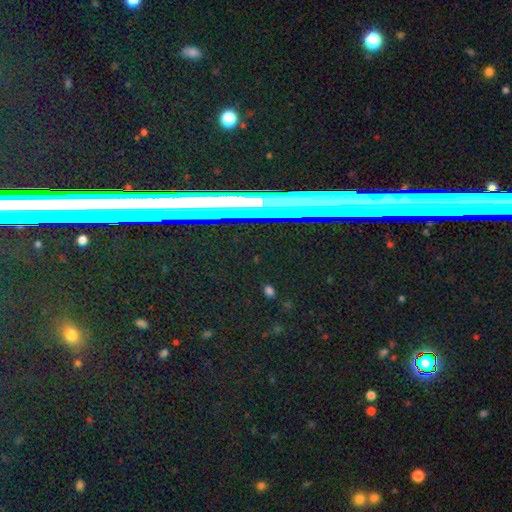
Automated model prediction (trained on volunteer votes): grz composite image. It shows a star or artifact, not a galaxy (64%).